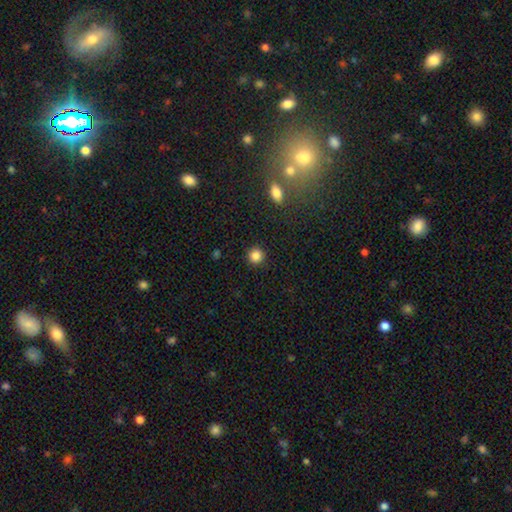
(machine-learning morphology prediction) type=smooth (85%); roundness=round (94%); merging=none (91%).